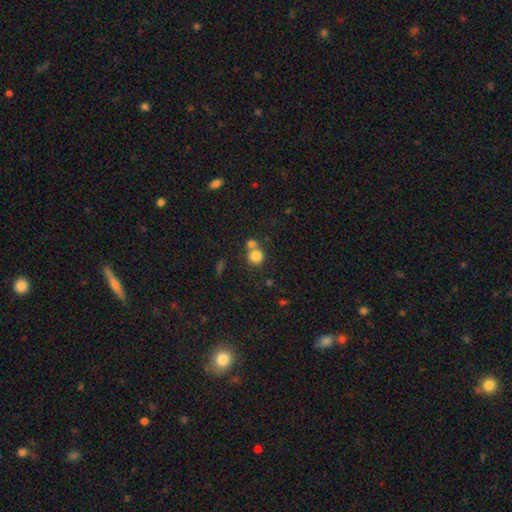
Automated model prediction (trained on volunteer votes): This appears to be a smooth galaxy with no disk features (81%) that is round (87%). Merging: none (52%).